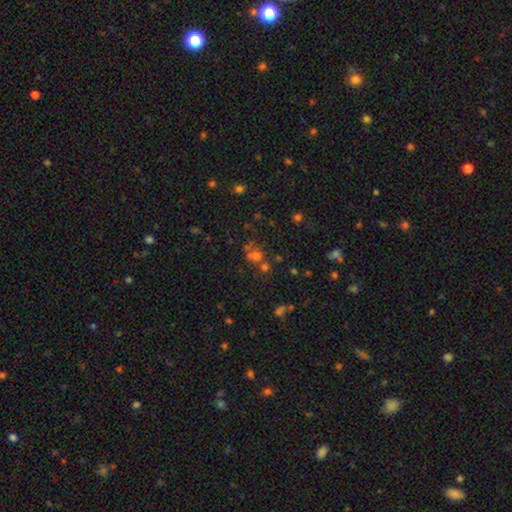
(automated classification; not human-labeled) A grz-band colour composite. It shows a smooth galaxy with no disk features (53%) that is round (79%). Merging: none (49%).